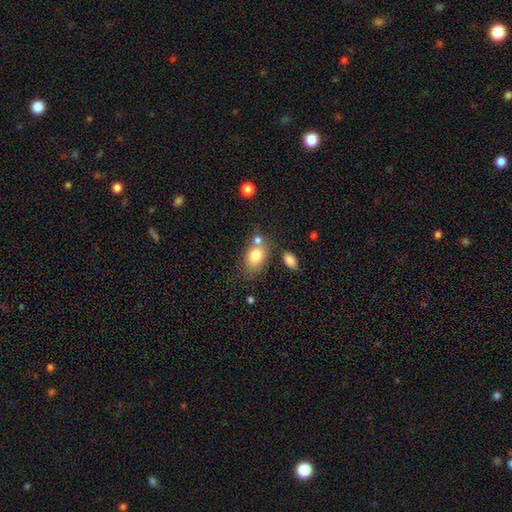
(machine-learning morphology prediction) Smooth or featured?
  - smooth: 78% *
  - featured or disk: 13%
  - star or artifact: 9%
How rounded?
  - in between: 79% *
  - round: 19%
  - cigar-shaped: 2%
Merging?
  - none: 49% *
  - merger: 31%
  - minor disturbance: 15%
  - major disturbance: 5%